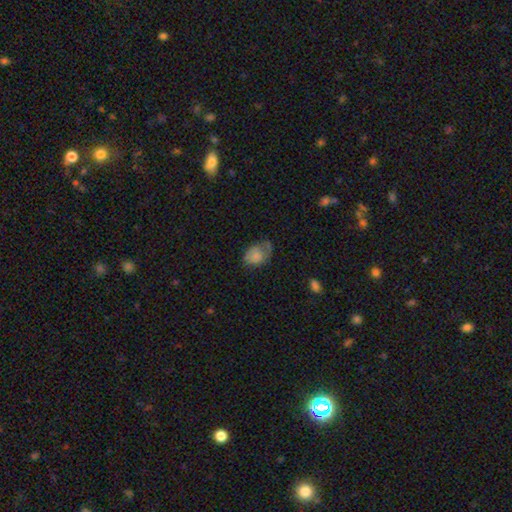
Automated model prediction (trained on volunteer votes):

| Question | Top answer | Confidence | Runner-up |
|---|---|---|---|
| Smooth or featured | smooth | 72% | featured or disk (18%) |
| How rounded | in between | 68% | round (31%) |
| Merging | none | 38% | minor disturbance (34%) |